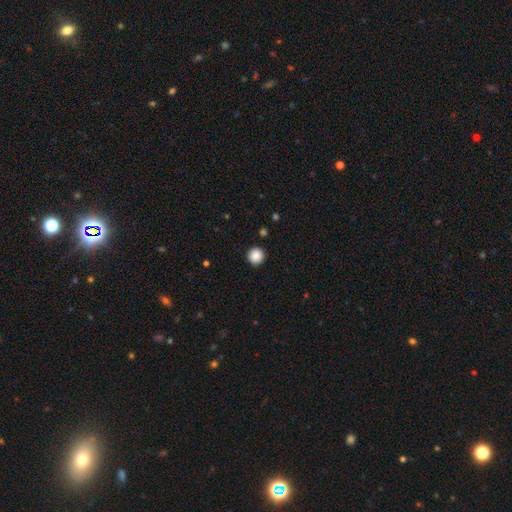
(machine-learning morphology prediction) Smooth or featured: smooth — 88% (star or artifact — 9%)
How rounded: round — 96% (in between — 3%)
Merging: none — 92% (minor disturbance — 5%)